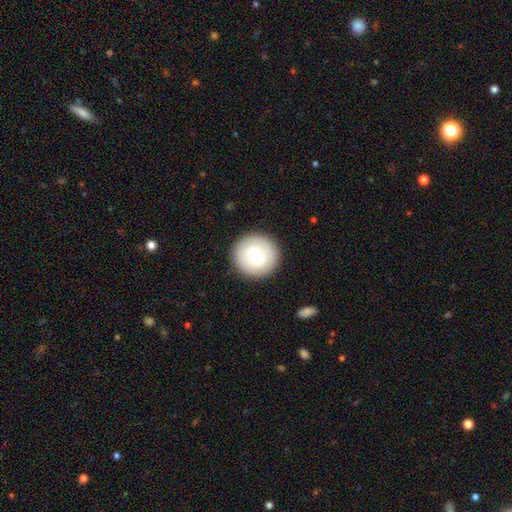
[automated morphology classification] Q: Smooth or featured?
A: smooth (72%); runner-up: featured or disk (18%)
Q: How rounded?
A: round (94%); runner-up: in between (5%)
Q: Merging?
A: none (90%); runner-up: minor disturbance (6%)